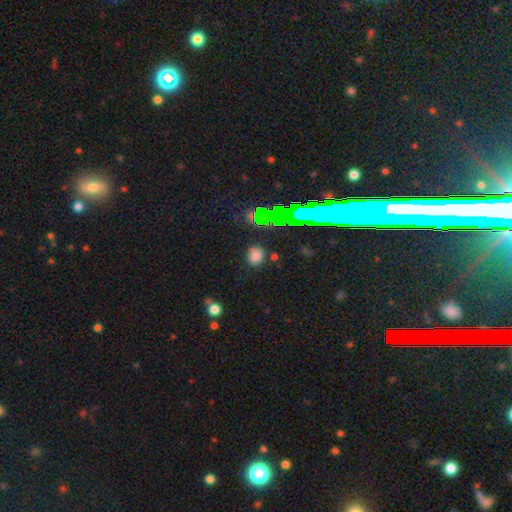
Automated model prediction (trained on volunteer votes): This is likely a smooth galaxy (74%). How rounded: likely round (72%). Merging: clearly none (81%).